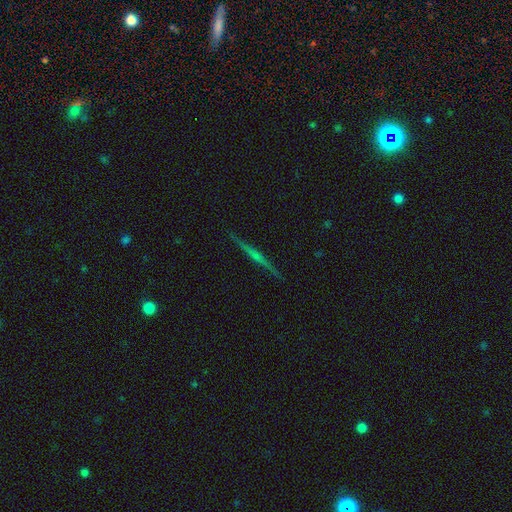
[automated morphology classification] smooth_or_featured: featured or disk (p=0.74) [alt: smooth p=0.17]
disk_edge_on: yes (p=0.98) [alt: no p=0.02]
edge_on_bulge: none (p=0.44) [tied with: rounded p=0.44]
merging: none (p=0.91) [alt: minor disturbance p=0.06]